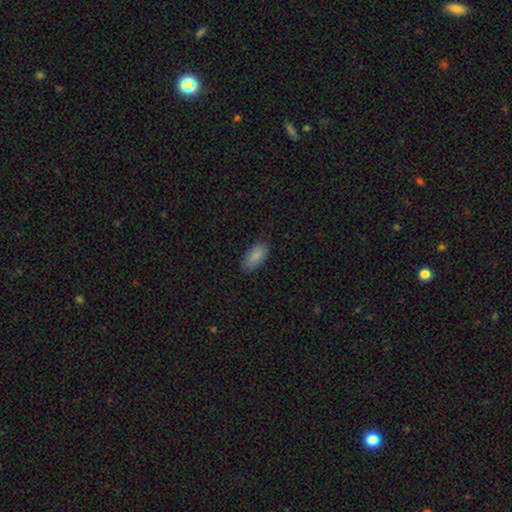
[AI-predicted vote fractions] Overall: smooth (86%). How rounded: in between (93%). Merging: none (84%).